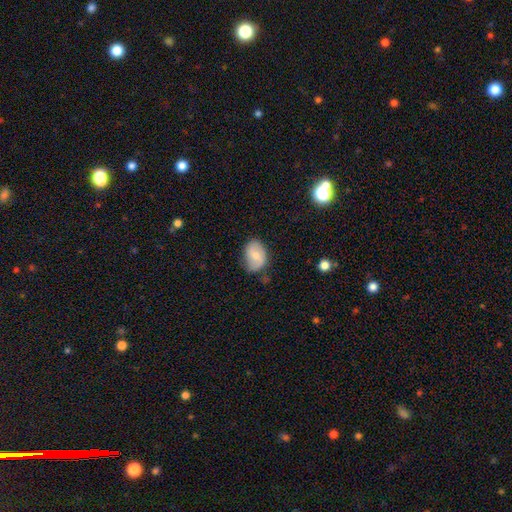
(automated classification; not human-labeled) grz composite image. It shows a smooth galaxy with no disk features (62%) that is in between round and cigar-shaped (77%). Merging: none (62%).